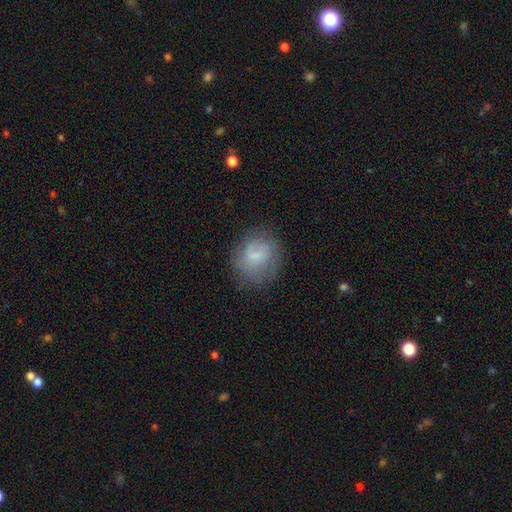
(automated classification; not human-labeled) This appears to be a smooth galaxy with no disk features (64%) that is round (72%). Merging: none (66%).